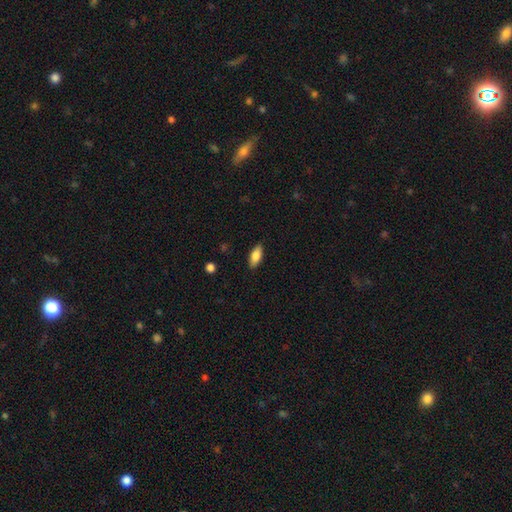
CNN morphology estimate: Q: Smooth or featured?
A: smooth (82%); runner-up: featured or disk (12%)
Q: How rounded?
A: in between (83%); runner-up: cigar-shaped (15%)
Q: Merging?
A: none (88%); runner-up: minor disturbance (9%)